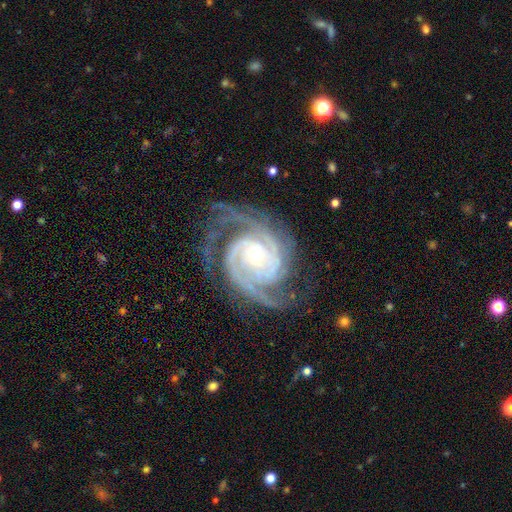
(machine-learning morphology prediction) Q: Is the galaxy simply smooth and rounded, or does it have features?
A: featured or disk — 93%.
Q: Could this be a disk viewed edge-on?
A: no — 98%.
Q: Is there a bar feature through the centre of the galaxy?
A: no — 68%.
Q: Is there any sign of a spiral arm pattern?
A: yes — 99%.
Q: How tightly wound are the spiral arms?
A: tight — 64%.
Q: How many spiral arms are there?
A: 2 — 40%.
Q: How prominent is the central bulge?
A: small — 60%.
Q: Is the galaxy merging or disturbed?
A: none — 72%.